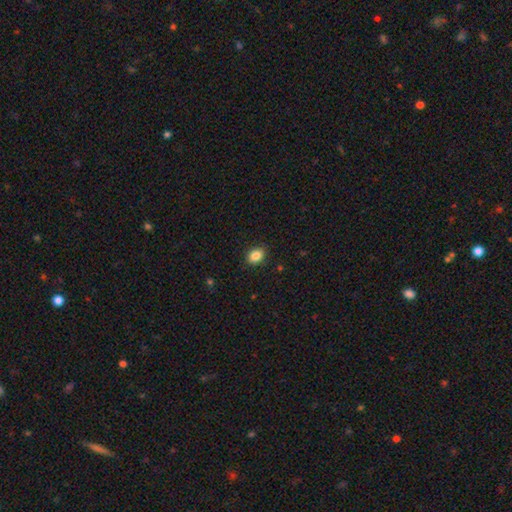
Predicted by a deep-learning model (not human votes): Smooth or featured? Predicted: smooth (p=0.86). How rounded? Predicted: in between (p=0.70). Merging? Predicted: none (p=0.88).